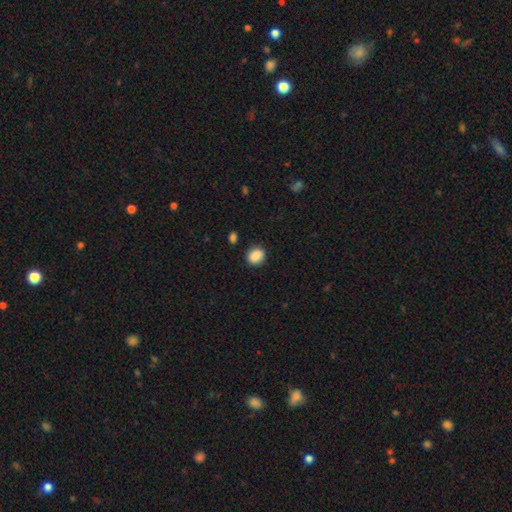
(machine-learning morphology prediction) Q: Smooth or featured?
A: smooth (89%); runner-up: star or artifact (8%)
Q: How rounded?
A: round (61%); runner-up: in between (38%)
Q: Merging?
A: none (87%); runner-up: minor disturbance (9%)